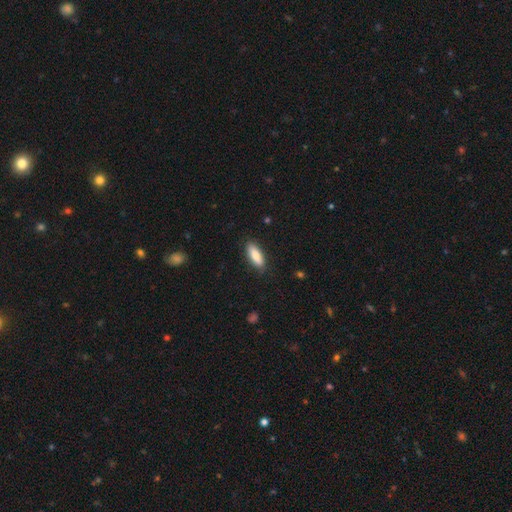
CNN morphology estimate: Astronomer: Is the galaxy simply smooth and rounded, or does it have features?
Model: smooth — 82%.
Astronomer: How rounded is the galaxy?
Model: in between — 65%.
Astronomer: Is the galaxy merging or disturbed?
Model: none — 85%.